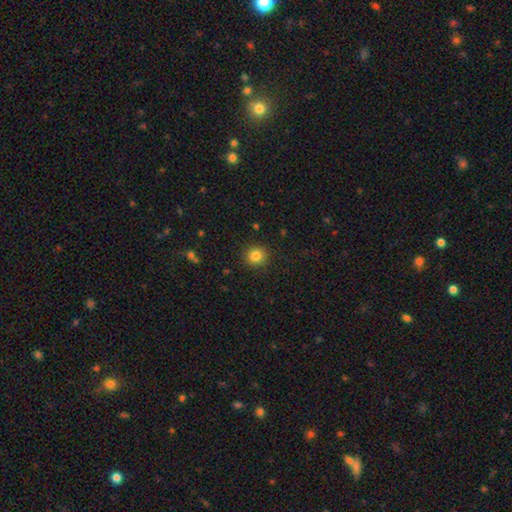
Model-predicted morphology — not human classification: A smooth galaxy with no disk features (83%) that is round (91%).

Vote fractions:
- Smooth or featured? smooth: 83% / star or artifact: 11% / featured or disk: 5%
- How rounded? round: 91% / in between: 8% / cigar-shaped: 1%
- Merging? none: 90% / minor disturbance: 6% / major disturbance: 2% / merger: 1%